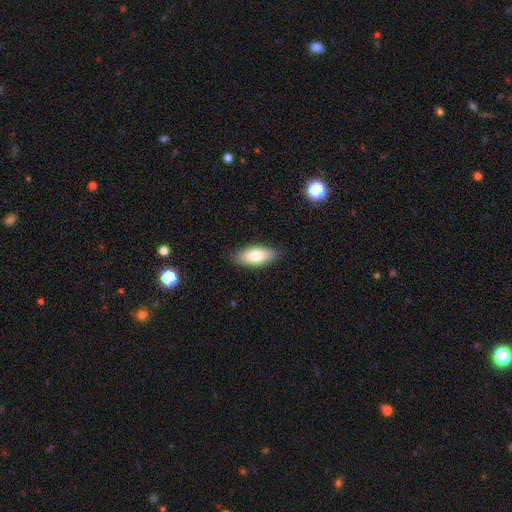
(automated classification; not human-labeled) A smooth galaxy with no disk features (77%) that is in between round and cigar-shaped (85%).

Vote fractions:
- Smooth or featured? smooth: 77% / featured or disk: 16% / star or artifact: 7%
- How rounded? in between: 85% / cigar-shaped: 12% / round: 3%
- Merging? none: 87% / minor disturbance: 10% / major disturbance: 2% / merger: 1%